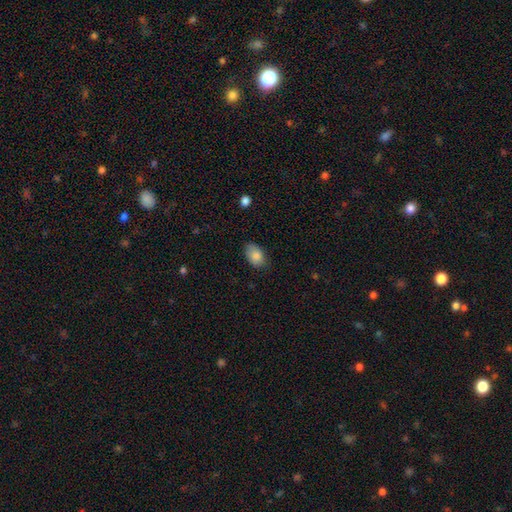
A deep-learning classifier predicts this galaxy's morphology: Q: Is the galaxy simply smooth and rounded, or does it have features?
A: smooth — 85%.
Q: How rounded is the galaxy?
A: in between — 86%.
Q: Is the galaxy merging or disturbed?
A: none — 74%.